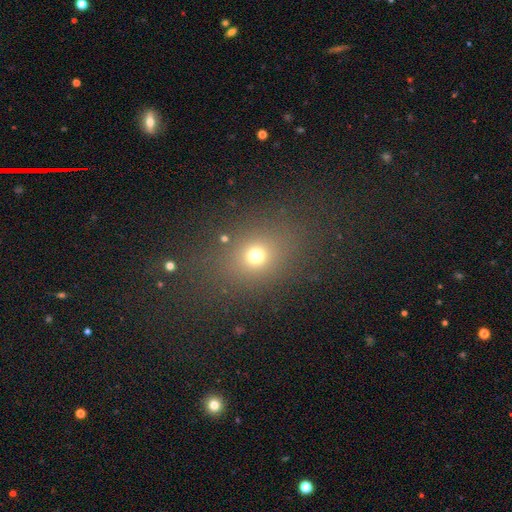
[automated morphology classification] The model was most divided on "how rounded": round: 60%, in between: 38%, cigar-shaped: 2%. More confident: merging — none (77%); smooth or featured — smooth (70%).